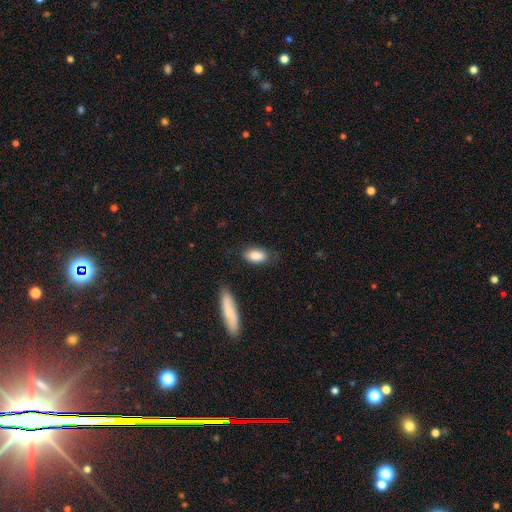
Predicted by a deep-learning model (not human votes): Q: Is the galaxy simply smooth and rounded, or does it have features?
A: smooth — 85%.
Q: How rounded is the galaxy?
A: in between — 89%.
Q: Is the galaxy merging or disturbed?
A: none — 78%.